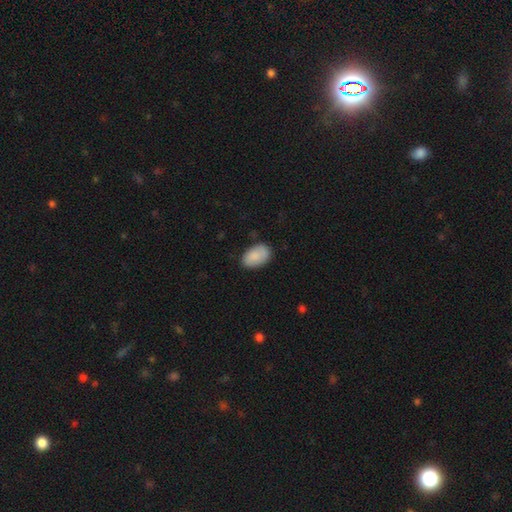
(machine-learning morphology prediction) Smooth or featured? Predicted: smooth (p=0.87). How rounded? Predicted: in between (p=0.93). Merging? Predicted: none (p=0.79).